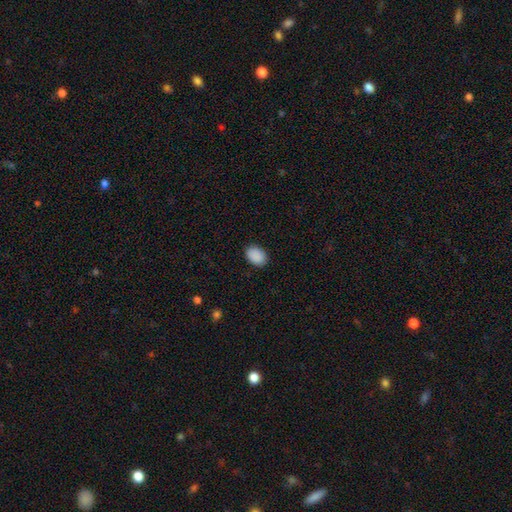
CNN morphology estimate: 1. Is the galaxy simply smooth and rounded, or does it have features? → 90% smooth, 7% star or artifact, 2% featured or disk.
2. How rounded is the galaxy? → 76% in between, 23% round, 1% cigar-shaped.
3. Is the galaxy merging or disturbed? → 89% none, 8% minor disturbance, 2% major disturbance, 1% merger.